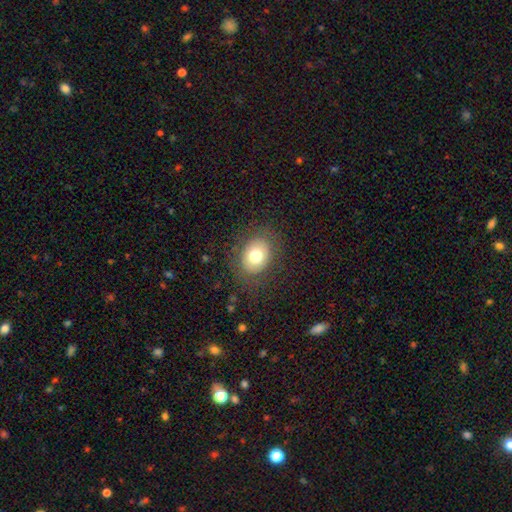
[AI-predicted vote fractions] This appears to be a smooth galaxy with no disk features (74%) that is in between round and cigar-shaped (55%). Merging: none (82%).